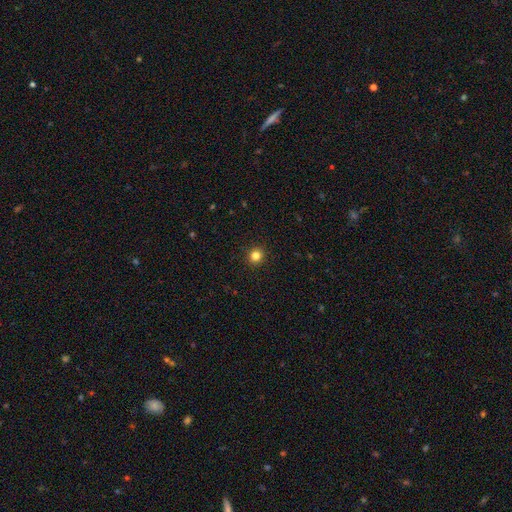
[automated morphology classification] Smooth or featured: smooth — 82% (star or artifact — 13%)
How rounded: round — 93% (in between — 6%)
Merging: none — 93% (minor disturbance — 4%)